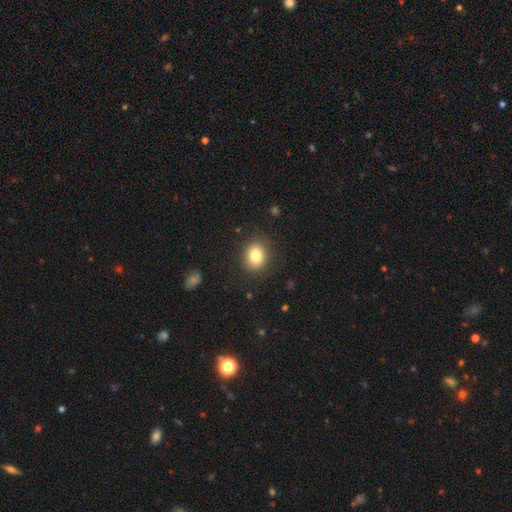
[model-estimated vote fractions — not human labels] smooth_or_featured: smooth (p=0.80) [alt: star or artifact p=0.10]
how_rounded: round (p=0.64) [alt: in between p=0.35]
merging: none (p=0.86) [alt: minor disturbance p=0.09]